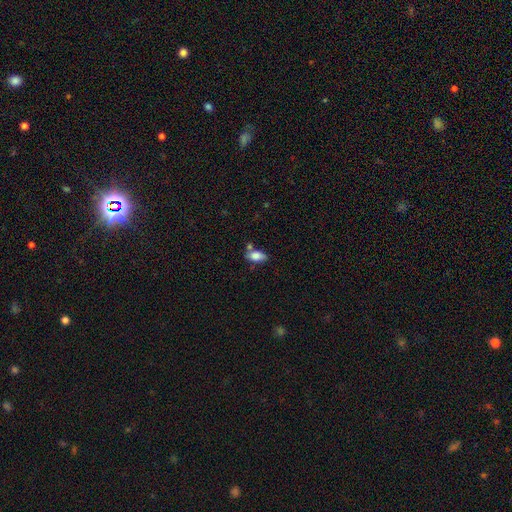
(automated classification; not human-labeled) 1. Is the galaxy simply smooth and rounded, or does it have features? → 82% smooth, 10% featured or disk, 8% star or artifact.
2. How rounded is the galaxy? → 90% in between, 5% cigar-shaped, 5% round.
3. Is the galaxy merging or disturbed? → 57% none, 20% minor disturbance, 17% merger, 5% major disturbance.